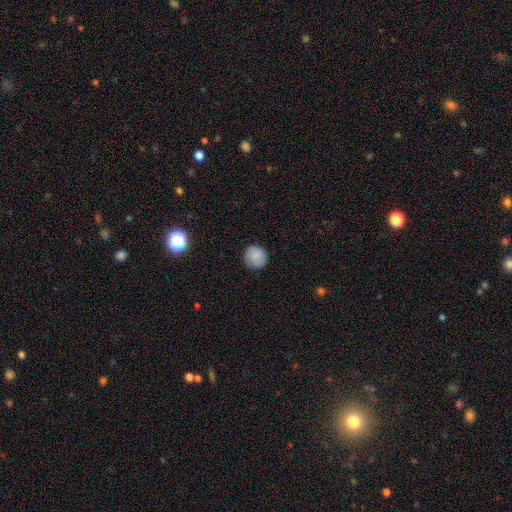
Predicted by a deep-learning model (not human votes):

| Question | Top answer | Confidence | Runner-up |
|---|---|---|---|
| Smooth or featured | smooth | 83% | star or artifact (9%) |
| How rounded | round | 91% | in between (8%) |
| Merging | none | 84% | minor disturbance (12%) |